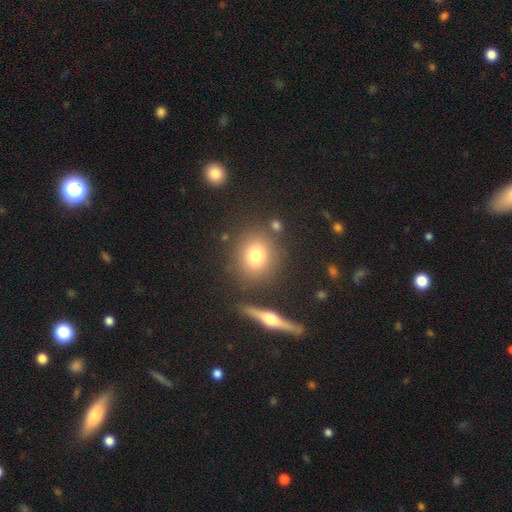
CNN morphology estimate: Overall: smooth (74%). How rounded: round (78%). Merging: none (81%).